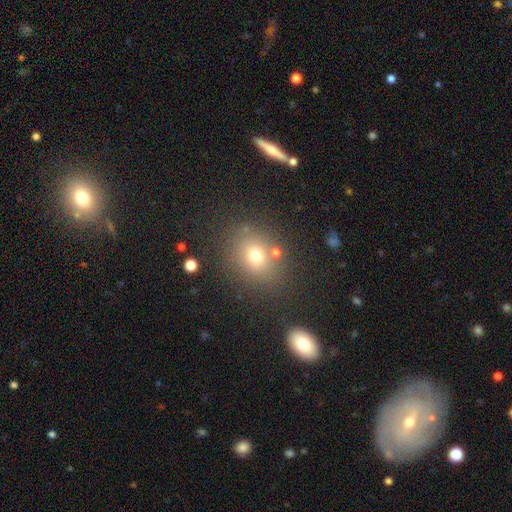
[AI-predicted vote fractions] Smooth or featured? smooth (70%)
How rounded? round (64%)
Merging? none (79%)